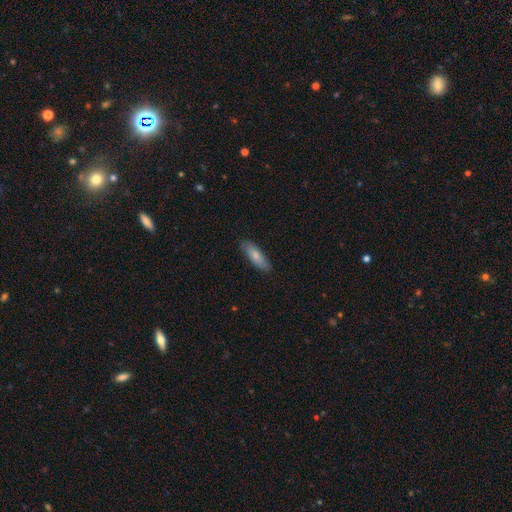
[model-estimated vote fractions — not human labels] Smooth or featured?
  - smooth: 77% *
  - featured or disk: 18%
  - star or artifact: 6%
How rounded?
  - in between: 52% *
  - cigar-shaped: 46%
  - round: 2%
Merging?
  - none: 84% *
  - minor disturbance: 13%
  - major disturbance: 2%
  - merger: 1%